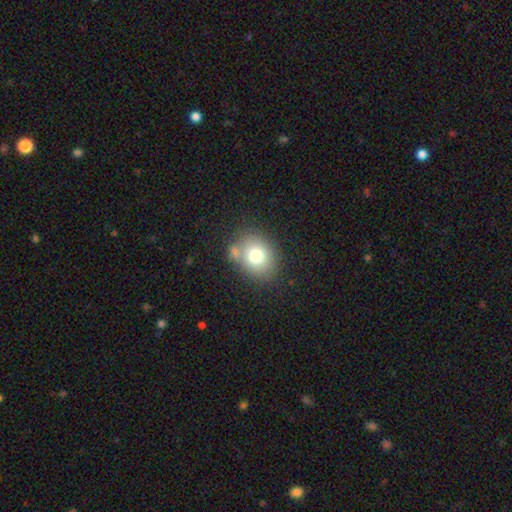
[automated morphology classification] Smooth or featured?
  - smooth: 74% *
  - featured or disk: 14%
  - star or artifact: 11%
How rounded?
  - round: 54% *
  - in between: 45%
  - cigar-shaped: 1%
Merging?
  - none: 64% *
  - merger: 17%
  - minor disturbance: 14%
  - major disturbance: 5%